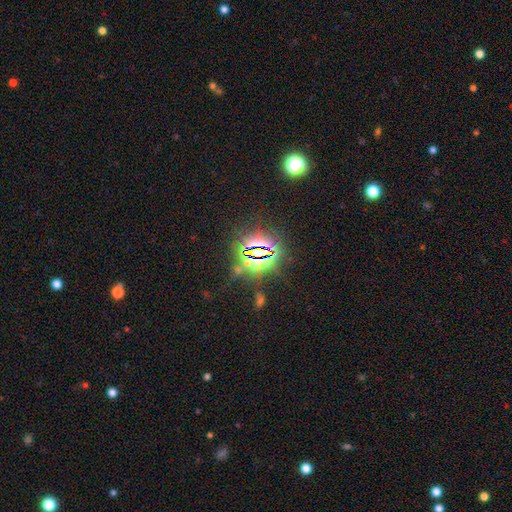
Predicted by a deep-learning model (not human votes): Overall: star or artifact (81%).